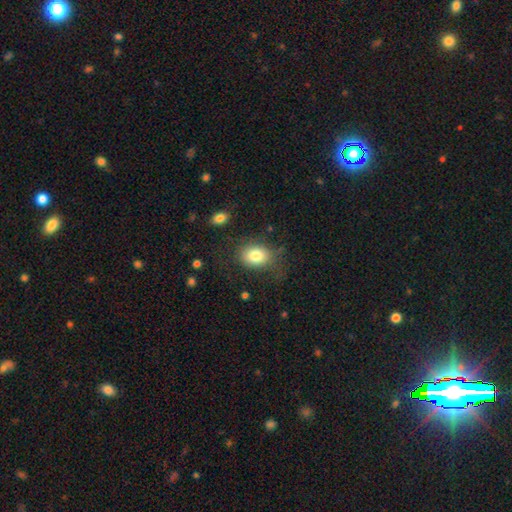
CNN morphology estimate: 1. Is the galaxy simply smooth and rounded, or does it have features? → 81% smooth, 10% featured or disk, 9% star or artifact.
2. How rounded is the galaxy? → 60% in between, 40% round, 1% cigar-shaped.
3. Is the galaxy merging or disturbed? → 69% none, 19% minor disturbance, 10% major disturbance, 2% merger.